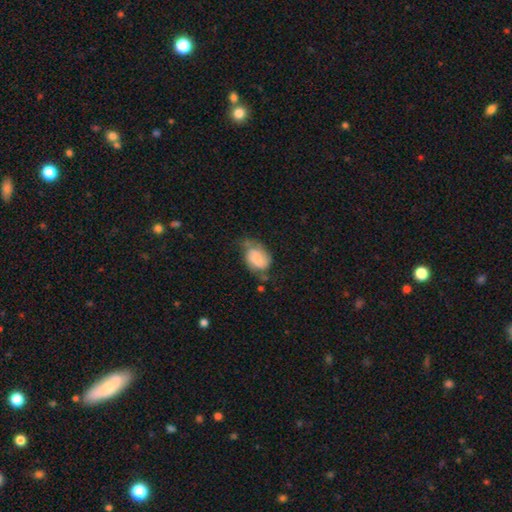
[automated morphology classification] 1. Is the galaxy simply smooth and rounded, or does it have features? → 54% smooth, 37% featured or disk, 9% star or artifact.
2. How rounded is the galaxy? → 74% in between, 24% round, 1% cigar-shaped.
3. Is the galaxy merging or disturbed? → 39% none, 36% minor disturbance, 21% major disturbance, 4% merger.